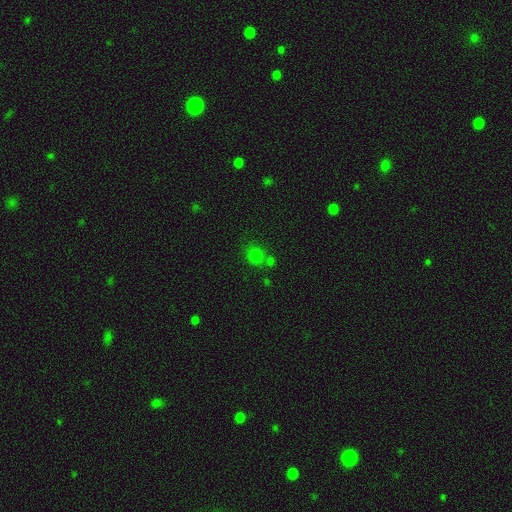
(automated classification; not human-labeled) This is likely a smooth galaxy (73%). How rounded: clearly round (85%). Merging: likely none (66%).